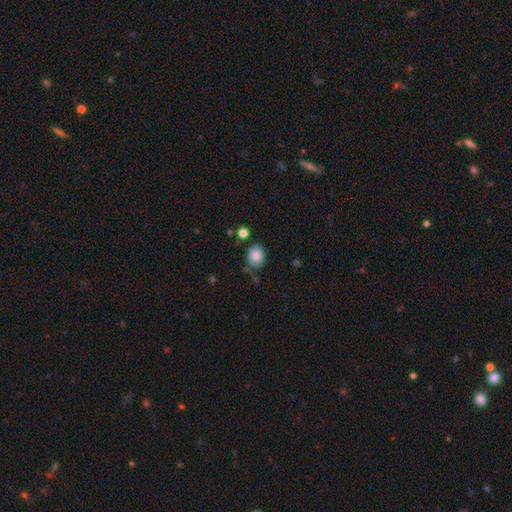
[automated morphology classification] Q: Smooth or featured?
A: smooth (85%); runner-up: star or artifact (9%)
Q: How rounded?
A: round (61%); runner-up: in between (38%)
Q: Merging?
A: none (69%); runner-up: minor disturbance (19%)